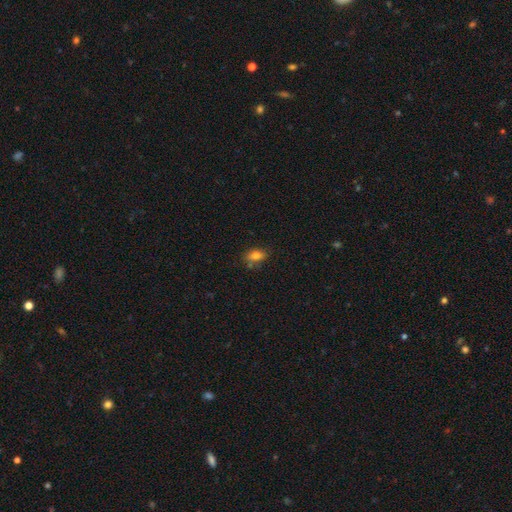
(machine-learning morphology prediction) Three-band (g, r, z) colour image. It shows a smooth galaxy with no disk features (78%) that is in between round and cigar-shaped (82%). Merging: none (70%).